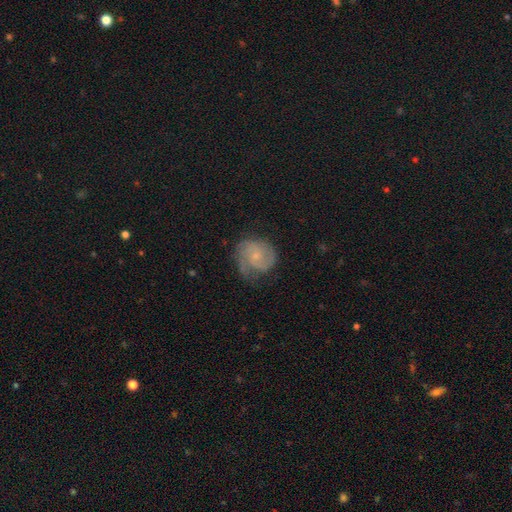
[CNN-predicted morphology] Smooth or featured? featured or disk (78%)
Edge-on disk? no (98%)
Bar? no (69%)
Spiral arms? yes (96%)
Spiral winding? tight (47%)
Spiral arm count? 2 (52%)
Bulge size? small (71%)
Merging? none (67%)